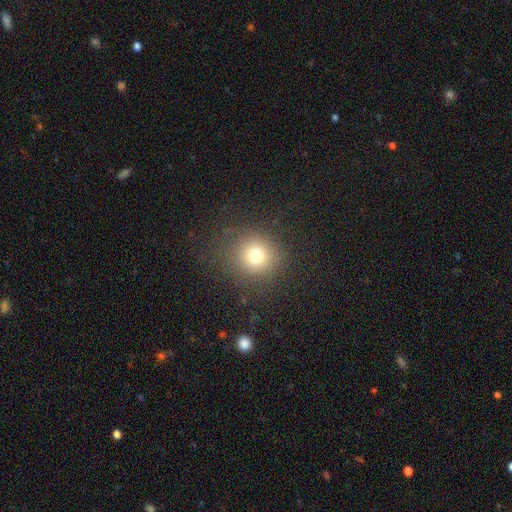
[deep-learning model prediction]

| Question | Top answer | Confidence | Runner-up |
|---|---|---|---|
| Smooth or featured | smooth | 74% | star or artifact (17%) |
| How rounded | round | 90% | in between (9%) |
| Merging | none | 85% | minor disturbance (8%) |